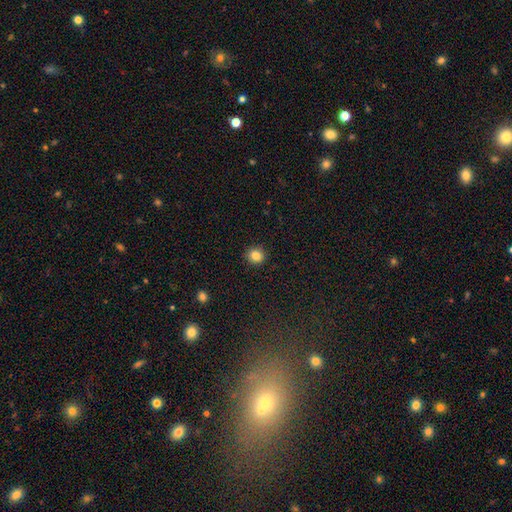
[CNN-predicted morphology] Smooth or featured: smooth — 83% (star or artifact — 11%)
How rounded: round — 91% (in between — 8%)
Merging: none — 92% (minor disturbance — 5%)